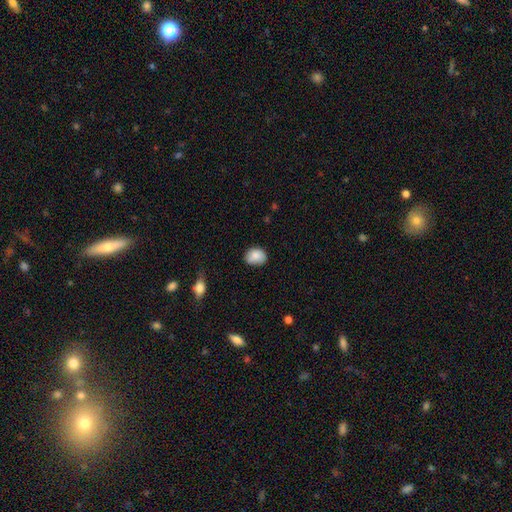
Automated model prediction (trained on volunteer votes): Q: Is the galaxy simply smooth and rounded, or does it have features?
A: smooth — 84%.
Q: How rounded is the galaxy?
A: in between — 58%.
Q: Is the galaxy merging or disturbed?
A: none — 71%.